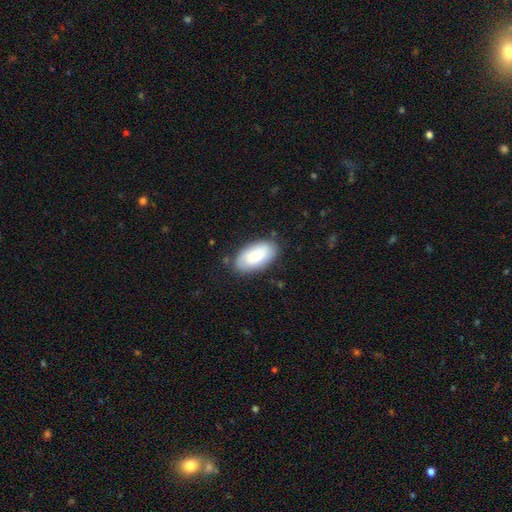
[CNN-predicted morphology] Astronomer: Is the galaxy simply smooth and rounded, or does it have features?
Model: smooth — 77%.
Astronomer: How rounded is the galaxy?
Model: in between — 95%.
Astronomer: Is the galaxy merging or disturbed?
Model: none — 80%.